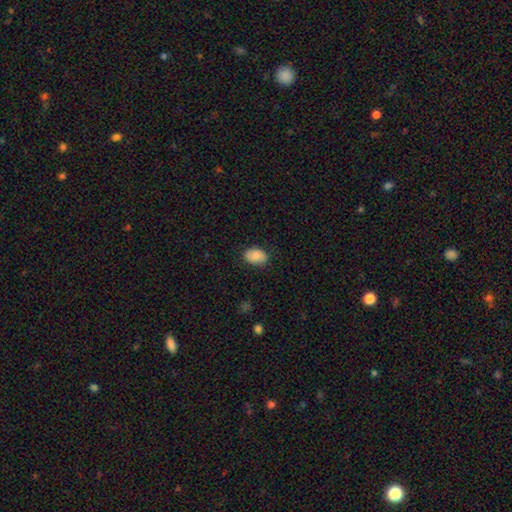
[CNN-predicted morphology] smooth-or-featured: smooth: 86% | featured or disk: 7% | star or artifact: 7%
  how-rounded: in between: 83% | round: 16% | cigar-shaped: 1%
  merging: none: 82% | minor disturbance: 14% | major disturbance: 3% | merger: 1%